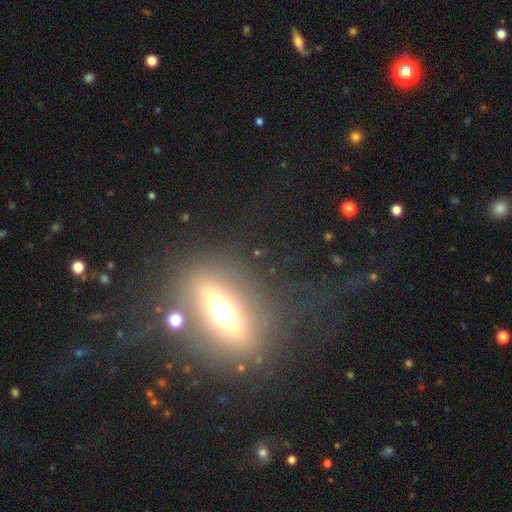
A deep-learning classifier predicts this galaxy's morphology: featured or disk 51%, smooth 32%, star or artifact 17%. Down the decision tree: edge-on disk — yes (70%); merging — none (64%).